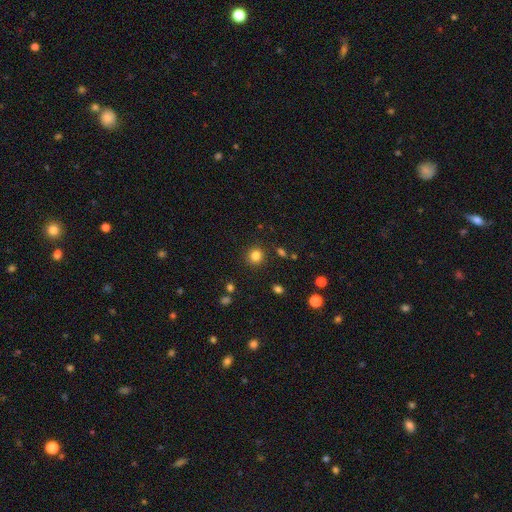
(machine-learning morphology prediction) This appears to be a smooth galaxy with no disk features (83%) that is round (89%). Merging: none (89%).